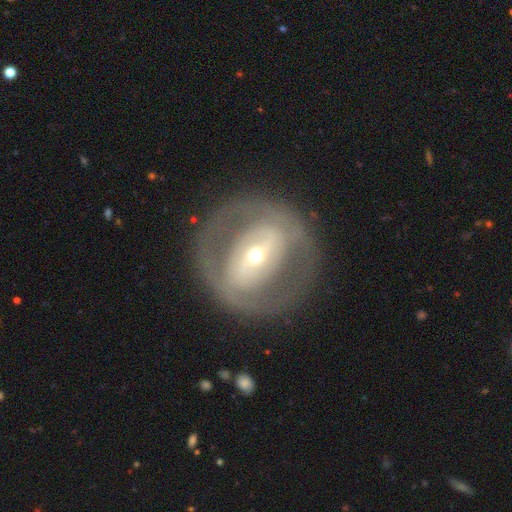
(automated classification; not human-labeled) Smooth or featured? Predicted: featured or disk (p=0.72). Edge-on disk? Predicted: no (p=0.93). Bar? Predicted: strong (p=0.41). Spiral arms? Predicted: no (p=0.66). Bulge size? Predicted: small (p=0.58). Merging? Predicted: none (p=0.77).